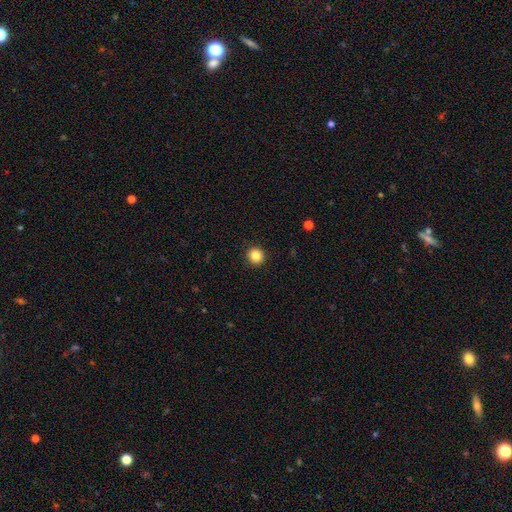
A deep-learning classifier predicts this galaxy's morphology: Overall: smooth (85%). How rounded: round (93%). Merging: none (92%).